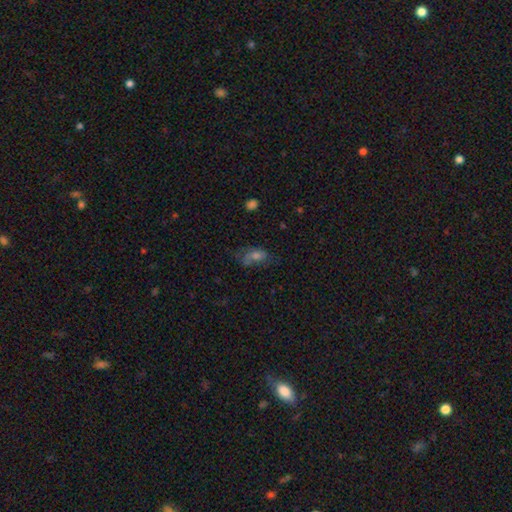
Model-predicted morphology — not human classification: smooth 44%, featured or disk 34%, star or artifact 22%. Down the decision tree: merging — none (54%).